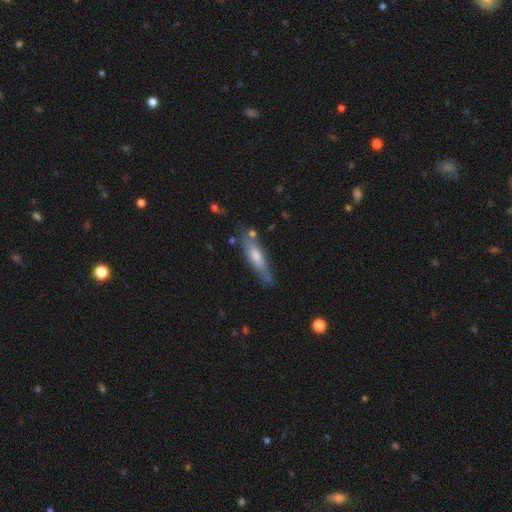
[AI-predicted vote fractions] Smooth or featured?
  - smooth: 53% *
  - featured or disk: 40%
  - star or artifact: 7%
How rounded?
  - cigar-shaped: 74% *
  - in between: 25%
  - round: 2%
Merging?
  - none: 69% *
  - minor disturbance: 21%
  - major disturbance: 5%
  - merger: 5%